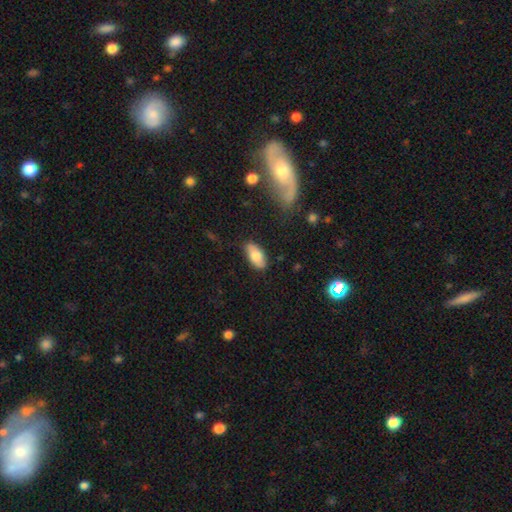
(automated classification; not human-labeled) smooth-or-featured: smooth: 75% | featured or disk: 18% | star or artifact: 7%
  how-rounded: in between: 89% | cigar-shaped: 8% | round: 3%
  merging: none: 81% | minor disturbance: 14% | major disturbance: 3% | merger: 2%